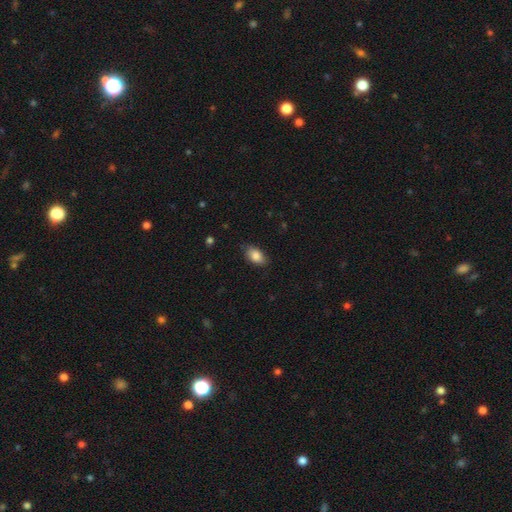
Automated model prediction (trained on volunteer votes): Smooth or featured: smooth — 84% (featured or disk — 8%)
How rounded: in between — 90% (round — 7%)
Merging: none — 78% (minor disturbance — 18%)